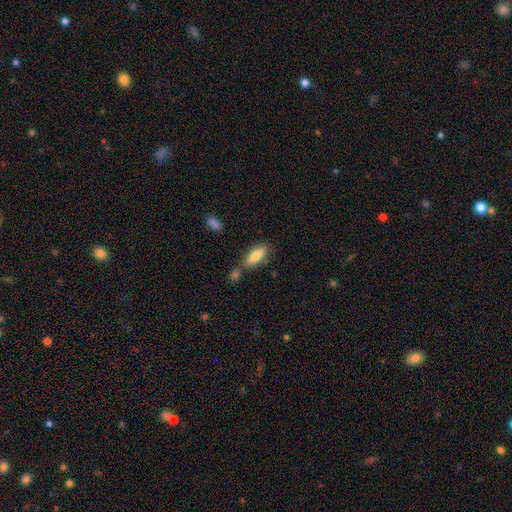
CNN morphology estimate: Smooth or featured?
  - smooth: 75% *
  - featured or disk: 18%
  - star or artifact: 7%
How rounded?
  - in between: 74% *
  - cigar-shaped: 24%
  - round: 2%
Merging?
  - none: 68% *
  - minor disturbance: 15%
  - merger: 13%
  - major disturbance: 4%